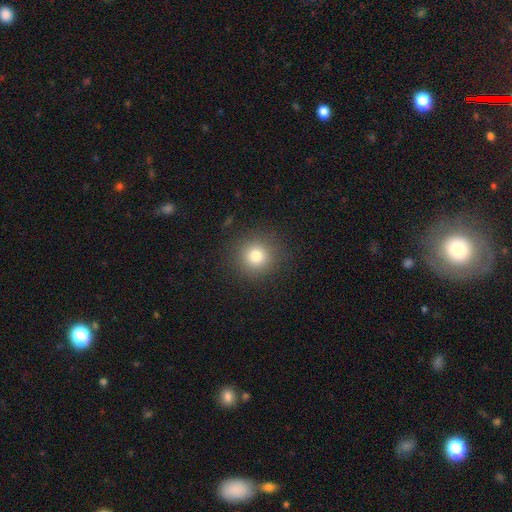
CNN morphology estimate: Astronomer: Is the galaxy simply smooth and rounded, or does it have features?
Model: smooth — 79%.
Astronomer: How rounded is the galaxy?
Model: round — 93%.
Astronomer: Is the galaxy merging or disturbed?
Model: none — 89%.